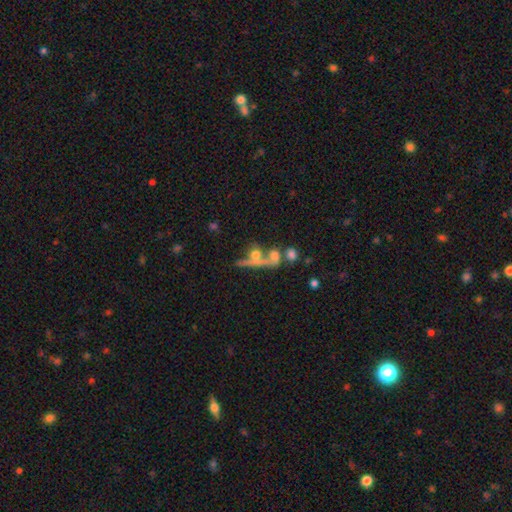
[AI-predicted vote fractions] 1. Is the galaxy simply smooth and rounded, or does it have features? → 46% featured or disk, 36% smooth, 18% star or artifact.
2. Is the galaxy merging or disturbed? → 39% merger, 38% none, 12% major disturbance, 11% minor disturbance.